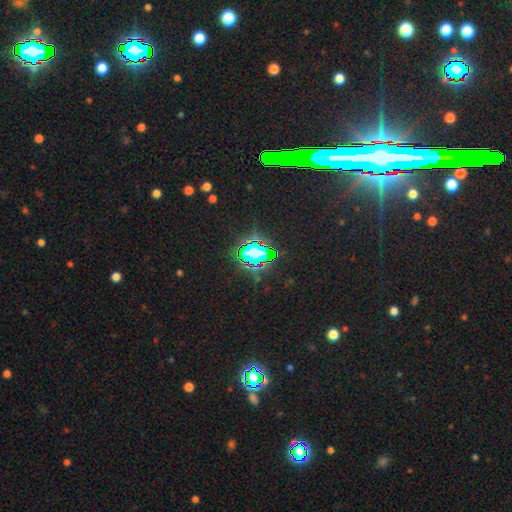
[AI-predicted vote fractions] Smooth or featured: star or artifact — 75% (smooth — 17%)